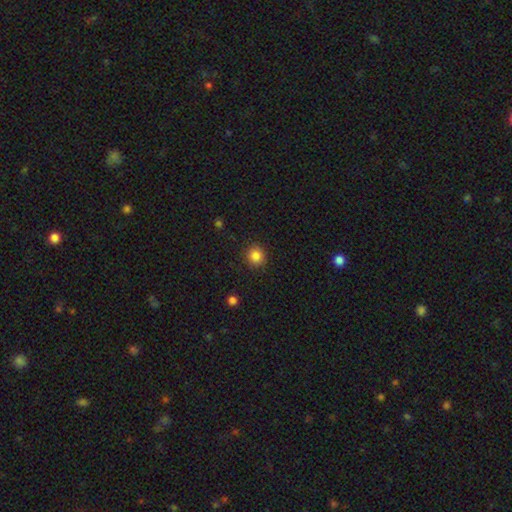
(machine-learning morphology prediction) A smooth galaxy with no disk features (85%) that is round (90%).

Vote fractions:
- Smooth or featured? smooth: 85% / star or artifact: 11% / featured or disk: 4%
- How rounded? round: 90% / in between: 9% / cigar-shaped: 1%
- Merging? none: 90% / minor disturbance: 7% / major disturbance: 2% / merger: 1%